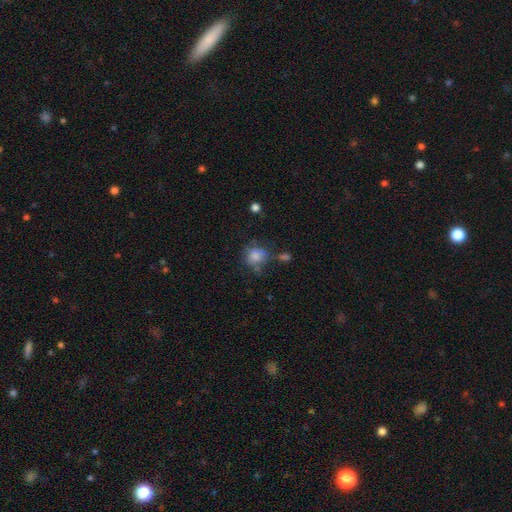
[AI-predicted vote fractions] smooth_or_featured: smooth (p=0.74) [alt: featured or disk p=0.14]
how_rounded: round (p=0.75) [alt: in between p=0.24]
merging: none (p=0.50) [alt: minor disturbance p=0.25]